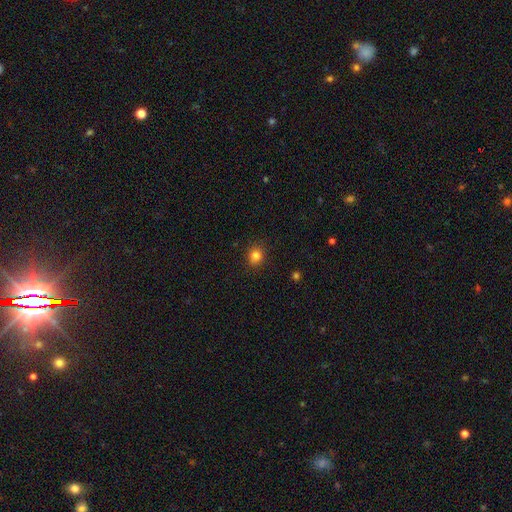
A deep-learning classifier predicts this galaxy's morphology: type=smooth (82%); roundness=round (78%); merging=none (88%).